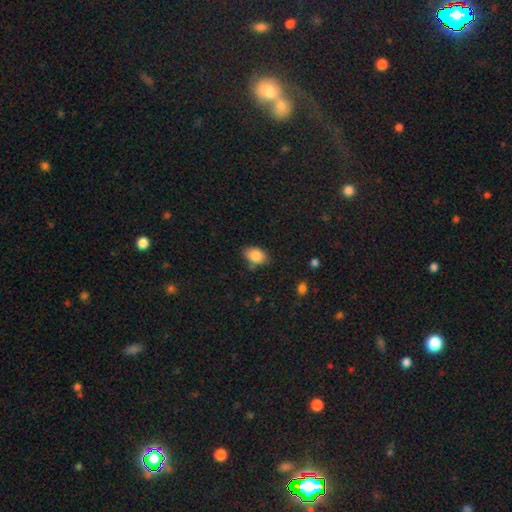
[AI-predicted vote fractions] smooth_or_featured: smooth (p=0.86) [alt: star or artifact p=0.08]
how_rounded: in between (p=0.85) [alt: round p=0.14]
merging: none (p=0.74) [alt: minor disturbance p=0.20]